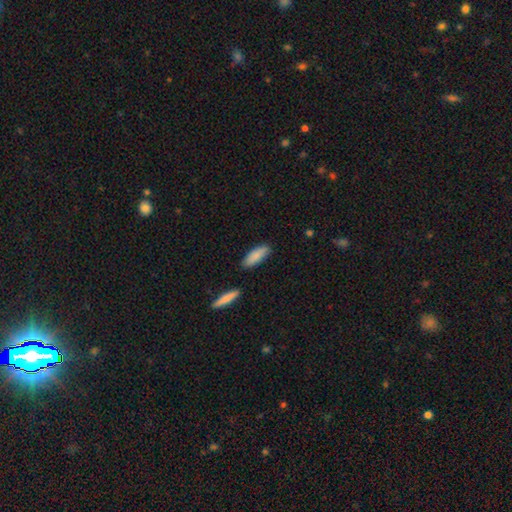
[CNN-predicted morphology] This is clearly a smooth galaxy (86%). How rounded: likely in between (61%). Merging: clearly none (84%).